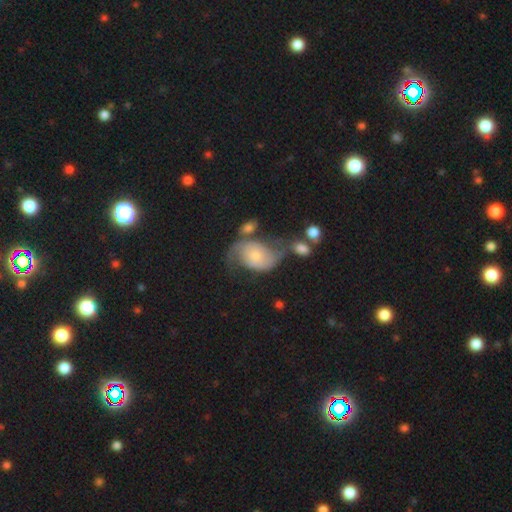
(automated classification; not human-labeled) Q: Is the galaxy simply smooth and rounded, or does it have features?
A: featured or disk — 69%.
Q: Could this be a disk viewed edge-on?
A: no — 97%.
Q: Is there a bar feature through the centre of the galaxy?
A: no — 68%.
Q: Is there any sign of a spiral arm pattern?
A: yes — 90%.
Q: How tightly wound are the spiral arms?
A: loose — 52%.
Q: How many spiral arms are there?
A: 2 — 86%.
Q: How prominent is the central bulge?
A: small — 54%.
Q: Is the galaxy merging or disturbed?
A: none — 38%.